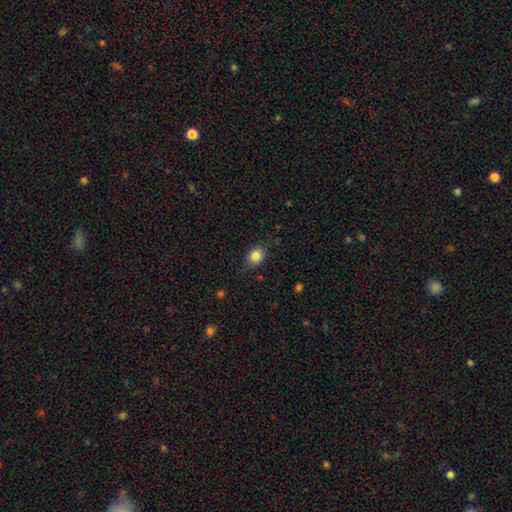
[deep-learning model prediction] Q: Smooth or featured?
A: smooth (82%); runner-up: star or artifact (10%)
Q: How rounded?
A: in between (53%); runner-up: round (46%)
Q: Merging?
A: none (77%); runner-up: minor disturbance (18%)